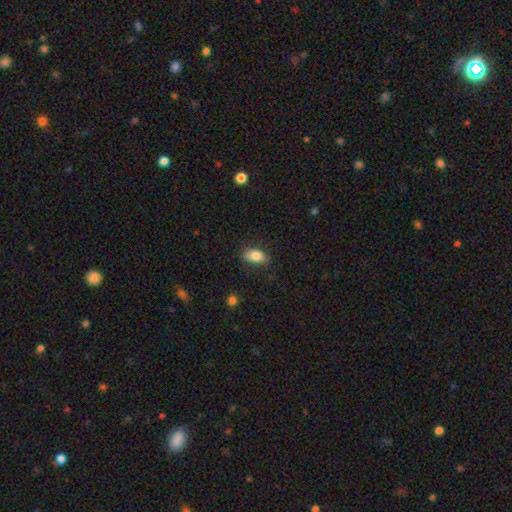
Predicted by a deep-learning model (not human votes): Smooth or featured?
  - smooth: 84% *
  - star or artifact: 8%
  - featured or disk: 7%
How rounded?
  - in between: 88% *
  - round: 9%
  - cigar-shaped: 3%
Merging?
  - none: 74% *
  - minor disturbance: 20%
  - major disturbance: 4%
  - merger: 2%